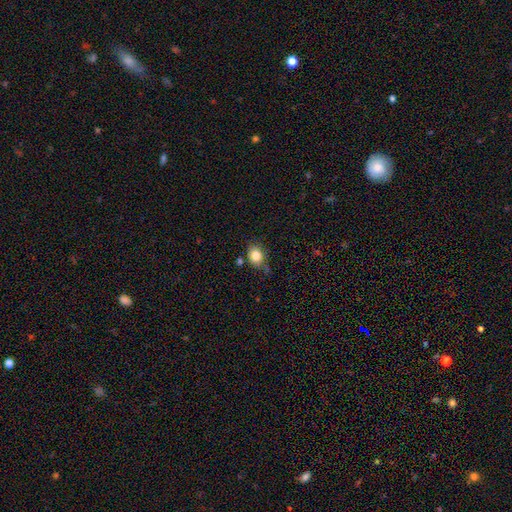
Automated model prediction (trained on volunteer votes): Q: Smooth or featured?
A: smooth (83%); runner-up: star or artifact (9%)
Q: How rounded?
A: in between (51%); runner-up: round (48%)
Q: Merging?
A: none (68%); runner-up: minor disturbance (21%)